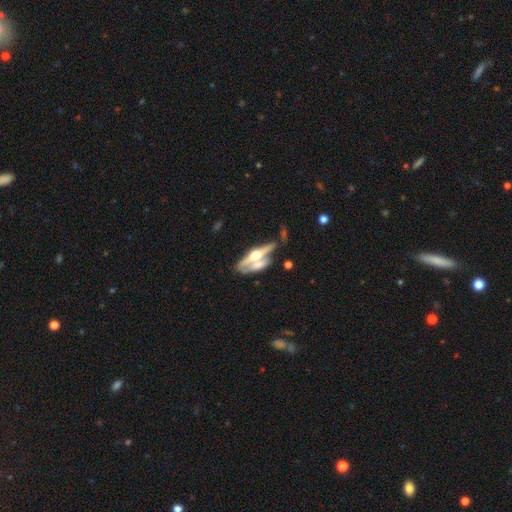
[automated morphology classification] smooth_or_featured: featured or disk (p=0.65) [alt: smooth p=0.29]
disk_edge_on: yes (p=0.69) [alt: no p=0.31]
merging: merger (p=0.46) [alt: none p=0.27]